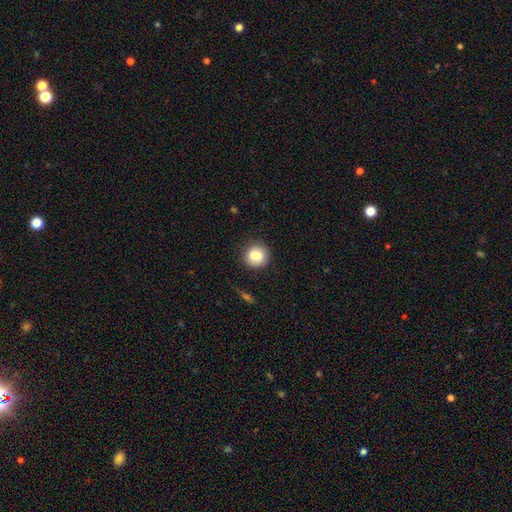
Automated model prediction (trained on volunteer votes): Smooth or featured? smooth (81%)
How rounded? round (85%)
Merging? none (81%)